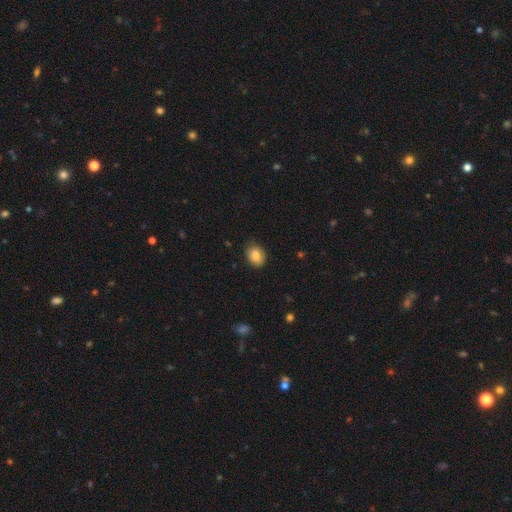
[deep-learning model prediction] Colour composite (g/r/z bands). It shows a smooth galaxy with no disk features (85%) that is in between round and cigar-shaped (60%). Merging: none (82%).